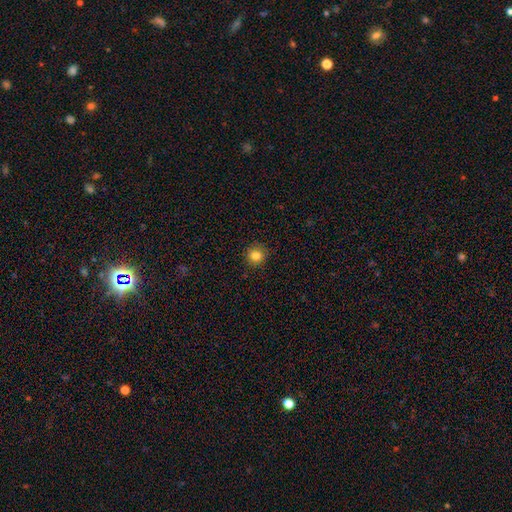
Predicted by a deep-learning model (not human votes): Q: Smooth or featured?
A: smooth (83%); runner-up: star or artifact (12%)
Q: How rounded?
A: round (89%); runner-up: in between (10%)
Q: Merging?
A: none (90%); runner-up: minor disturbance (7%)